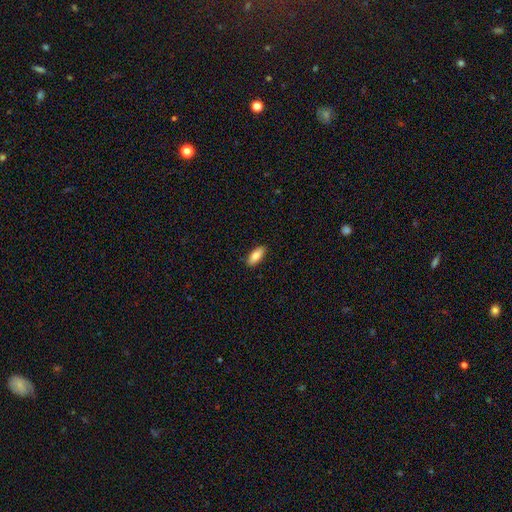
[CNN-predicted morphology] Smooth or featured? smooth (86%)
How rounded? in between (82%)
Merging? none (89%)